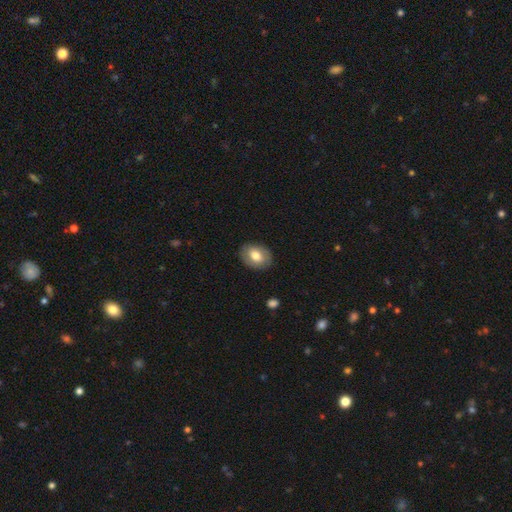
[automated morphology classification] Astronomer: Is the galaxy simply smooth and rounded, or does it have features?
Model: smooth — 70%.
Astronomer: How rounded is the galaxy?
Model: in between — 72%.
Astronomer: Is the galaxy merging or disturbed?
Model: none — 85%.